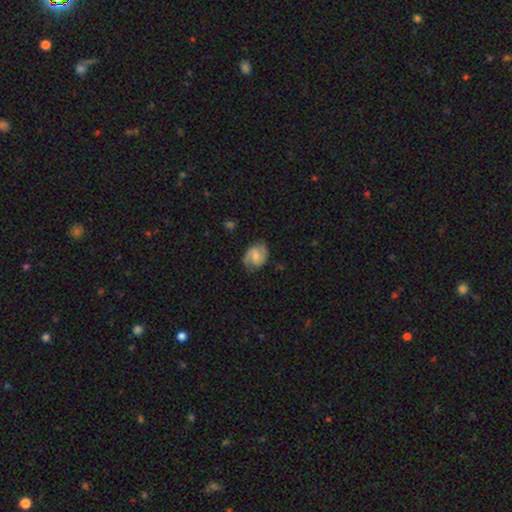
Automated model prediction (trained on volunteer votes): smooth-or-featured: featured or disk: 73% | smooth: 21% | star or artifact: 6%
  disk-edge-on: no: 98% | yes: 2%
    bar: weak: 51% | no: 37% | strong: 13%
    has-spiral-arms: yes: 94% | no: 6%
      spiral-winding: medium: 52% | tight: 27% | loose: 21%
      spiral-arm-count: 2: 90% | can't tell: 5% | 1: 2% | 3: 1% | 4: 1% | more than 4: 1%
    bulge-size: small: 45% | moderate: 42% | none: 8% | large: 3% | dominant: 1%
  merging: none: 78% | minor disturbance: 16% | major disturbance: 5% | merger: 1%